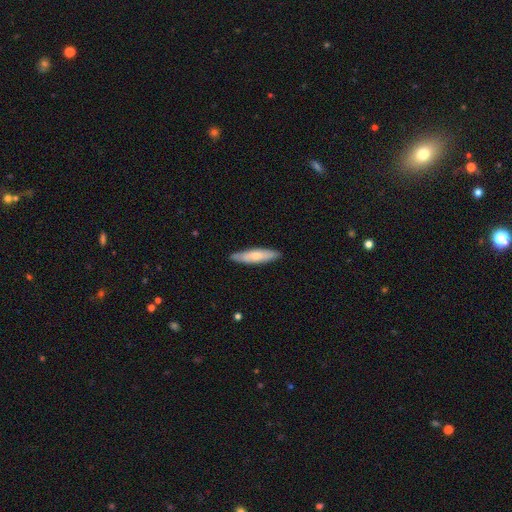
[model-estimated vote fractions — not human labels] Overall: smooth (64%; featured or disk 31%). How rounded: cigar-shaped (76%). Merging: none (87%).